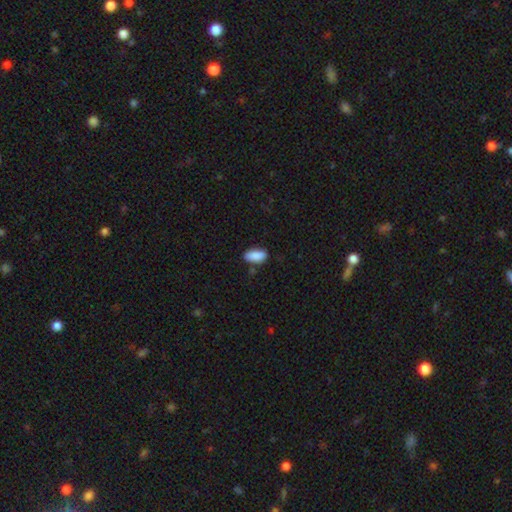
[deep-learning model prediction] A smooth galaxy with no disk features (89%) that is in between round and cigar-shaped (90%).

Vote fractions:
- Smooth or featured? smooth: 89% / star or artifact: 7% / featured or disk: 4%
- How rounded? in between: 90% / cigar-shaped: 7% / round: 2%
- Merging? none: 80% / minor disturbance: 15% / merger: 3% / major disturbance: 3%